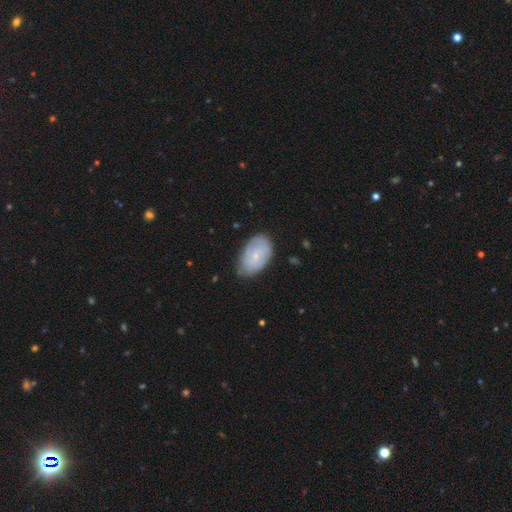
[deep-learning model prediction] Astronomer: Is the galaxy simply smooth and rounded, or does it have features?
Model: smooth — 50% (runner-up: featured or disk, 43%).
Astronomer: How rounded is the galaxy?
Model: in between — 90%.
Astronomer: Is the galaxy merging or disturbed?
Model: none — 69%.